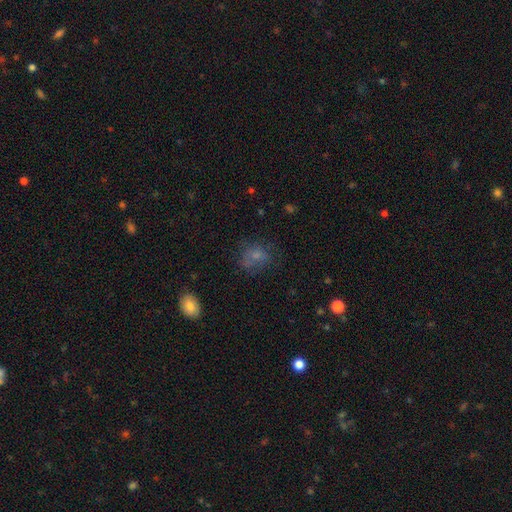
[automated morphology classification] A smooth galaxy with no disk features (65%) that is round (51%). Merging: none (52%).